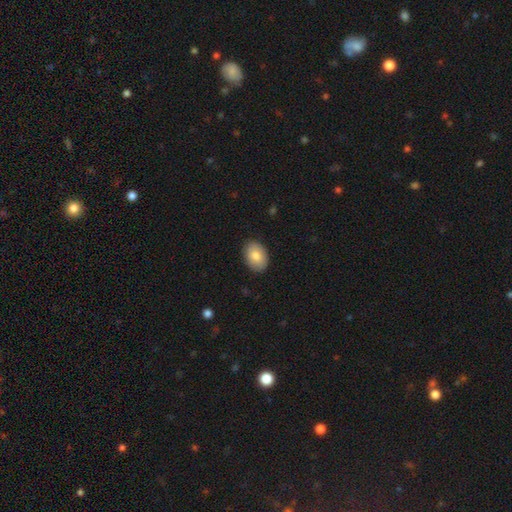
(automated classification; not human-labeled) Morphology: type=smooth (82%); roundness=in between (83%); merging=none (88%).